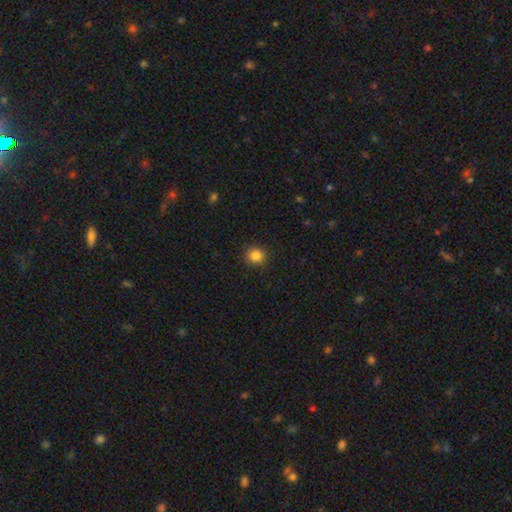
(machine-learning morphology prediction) A smooth galaxy with no disk features (85%) that is round (91%). Merging: none (91%).